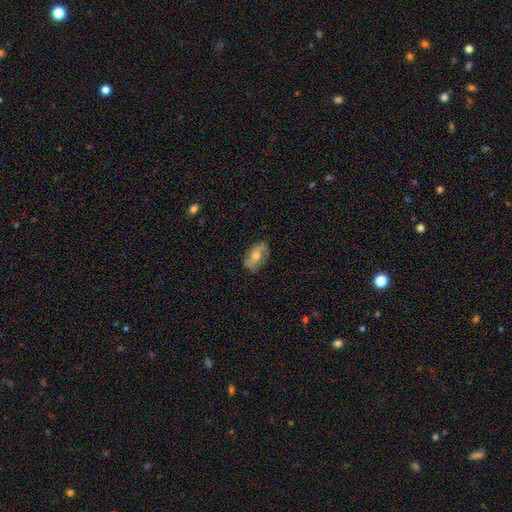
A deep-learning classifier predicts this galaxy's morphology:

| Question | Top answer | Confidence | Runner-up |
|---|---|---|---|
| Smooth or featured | featured or disk | 50% | smooth (41%) |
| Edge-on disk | no | 88% | yes (12%) |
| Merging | none | 77% | minor disturbance (17%) |